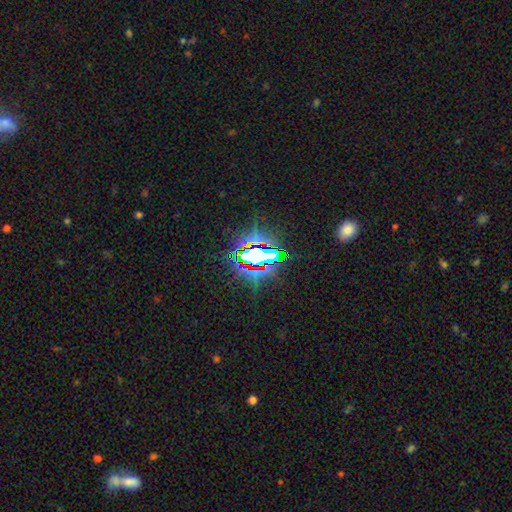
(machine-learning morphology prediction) A star or artifact, not a galaxy (75%).

Vote fractions:
- Smooth or featured? star or artifact: 75% / smooth: 14% / featured or disk: 12%